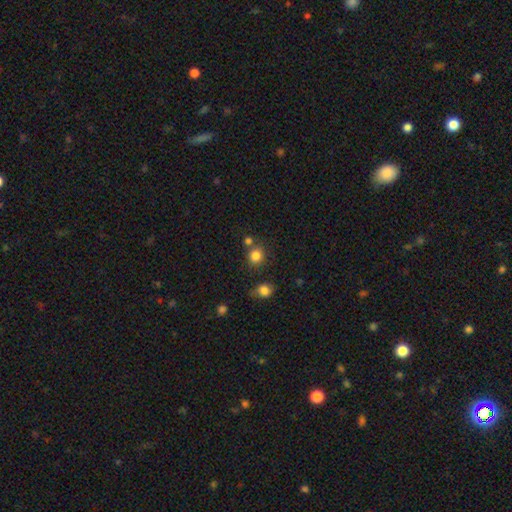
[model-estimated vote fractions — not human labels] Q: Smooth or featured?
A: smooth (82%); runner-up: star or artifact (12%)
Q: How rounded?
A: round (86%); runner-up: in between (13%)
Q: Merging?
A: none (73%); runner-up: merger (14%)